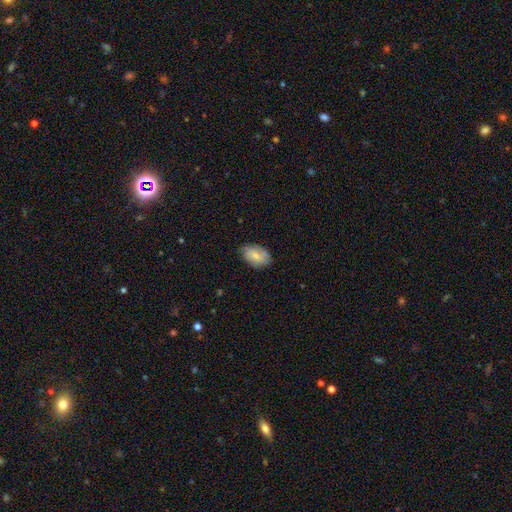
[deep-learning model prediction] The model was most divided on "smooth or featured": smooth: 75%, featured or disk: 19%, star or artifact: 7%. More confident: how rounded — in between (88%); merging — none (78%).